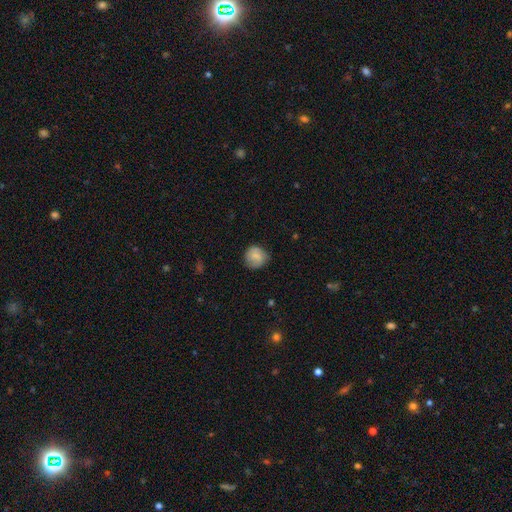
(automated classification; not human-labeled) Overall: smooth (75%). How rounded: round (84%). Merging: none (69%).